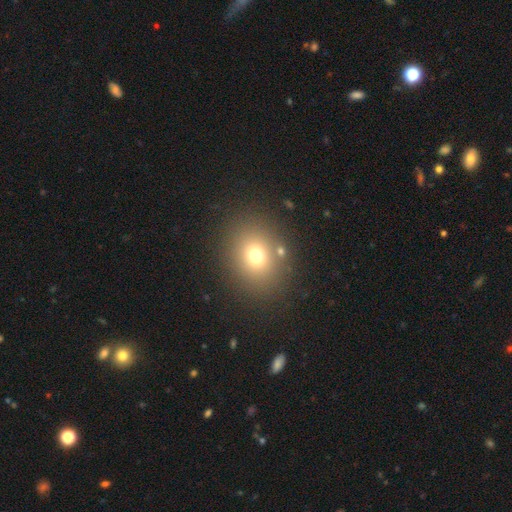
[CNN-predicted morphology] Overall: smooth (70%). How rounded: round (66%; in between 33%). Merging: none (82%).